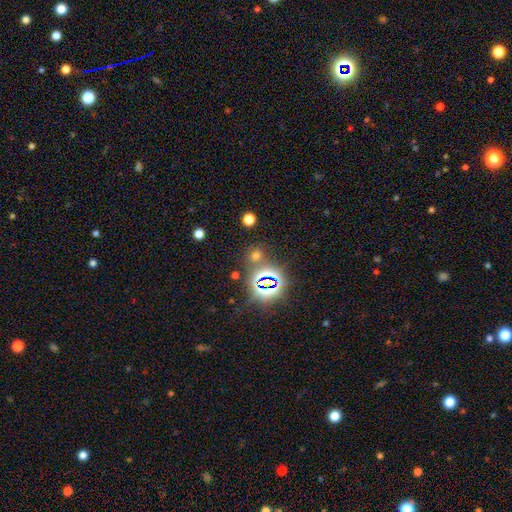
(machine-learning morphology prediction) Smooth or featured? Predicted: star or artifact (p=0.48).